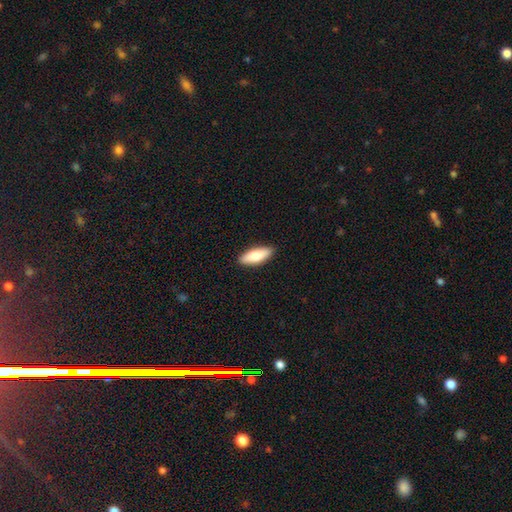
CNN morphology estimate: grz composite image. It shows a smooth galaxy with no disk features (79%) that is in between round and cigar-shaped (66%). Merging: none (89%).